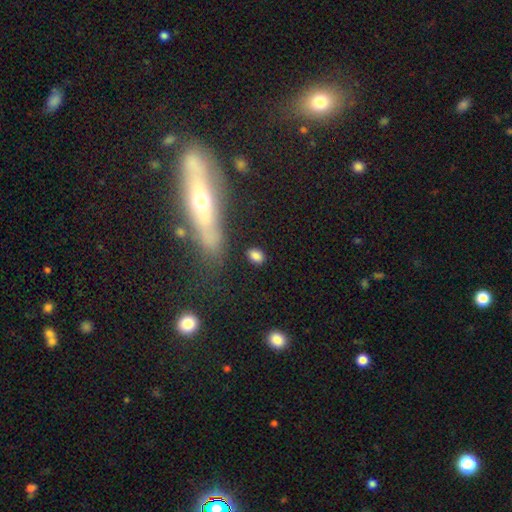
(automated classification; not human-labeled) smooth_or_featured: smooth (p=0.83) [alt: star or artifact p=0.10]
how_rounded: in between (p=0.76) [alt: round p=0.21]
merging: none (p=0.83) [alt: minor disturbance p=0.10]